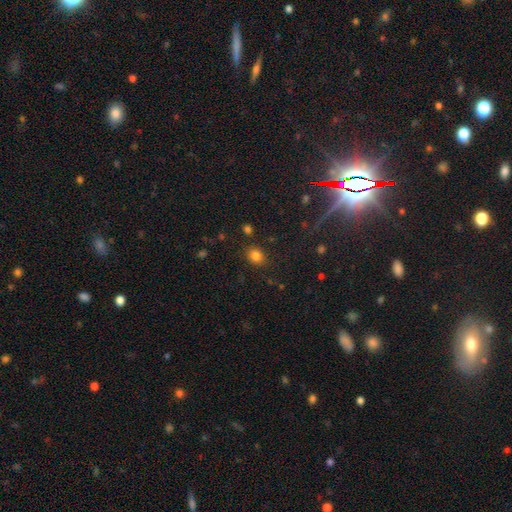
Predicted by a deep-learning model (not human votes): This is clearly a smooth galaxy (81%). How rounded: likely round (63%). Merging: clearly none (85%).